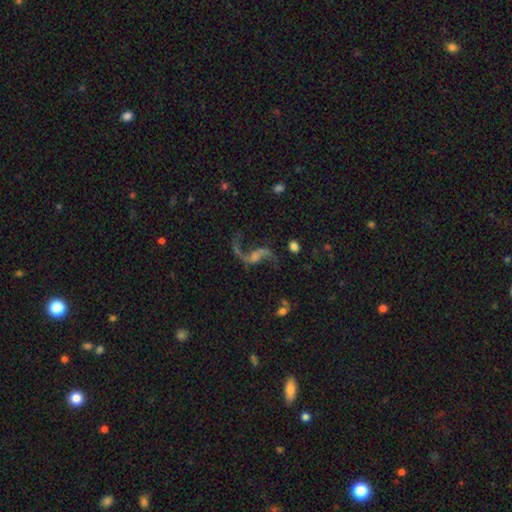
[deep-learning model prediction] smooth_or_featured: featured or disk (p=0.86) [alt: star or artifact p=0.08]
disk_edge_on: no (p=0.96) [alt: yes p=0.04]
bar: no (p=0.48) [alt: weak p=0.37]
has_spiral_arms: yes (p=0.95) [alt: no p=0.05]
spiral_winding: loose (p=0.90) [alt: medium p=0.08]
spiral_arm_count: 2 (p=0.91) [alt: 1 p=0.05]
bulge_size: small (p=0.48) [alt: none p=0.25]
merging: none (p=0.66) [alt: major disturbance p=0.16]